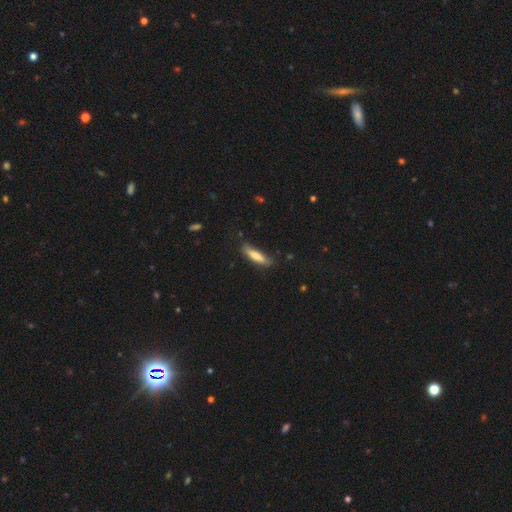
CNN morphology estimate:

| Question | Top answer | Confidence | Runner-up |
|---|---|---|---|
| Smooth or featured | smooth | 75% | featured or disk (19%) |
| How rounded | cigar-shaped | 72% | in between (27%) |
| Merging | none | 75% | minor disturbance (19%) |